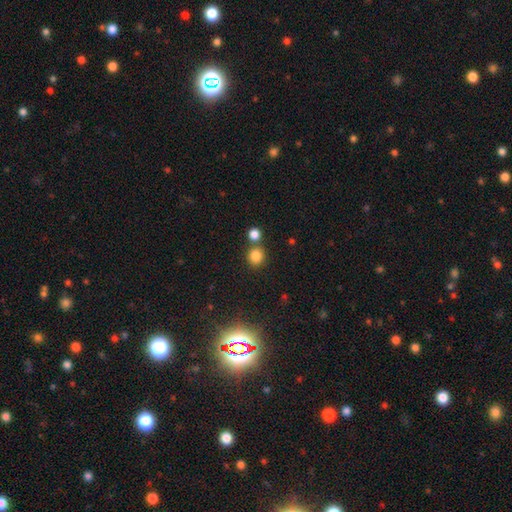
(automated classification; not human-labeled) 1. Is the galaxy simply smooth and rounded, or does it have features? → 82% smooth, 13% star or artifact, 5% featured or disk.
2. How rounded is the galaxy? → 87% round, 12% in between, 1% cigar-shaped.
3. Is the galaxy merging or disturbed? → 71% none, 19% merger, 8% minor disturbance, 3% major disturbance.